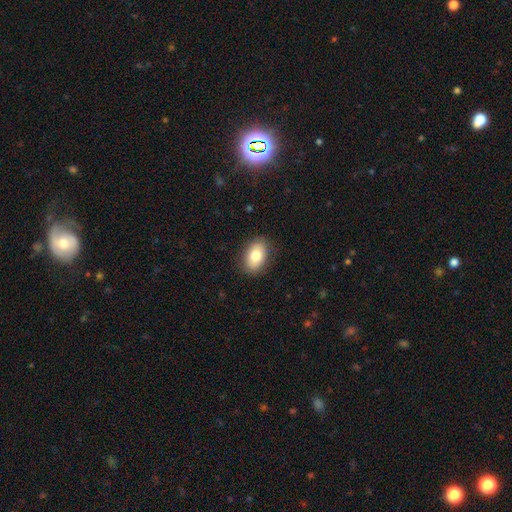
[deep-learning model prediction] A smooth galaxy with no disk features (80%) that is in between round and cigar-shaped (88%). Merging: none (86%).